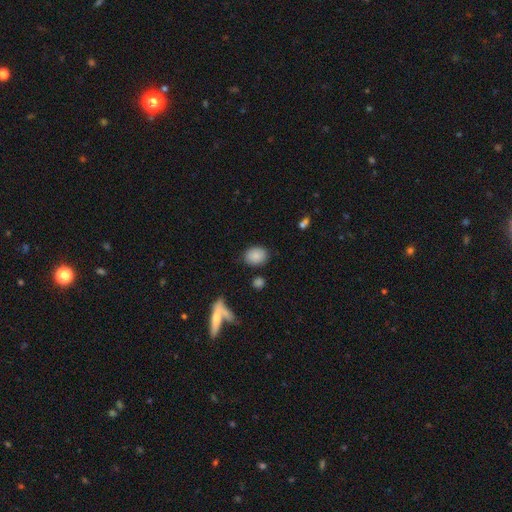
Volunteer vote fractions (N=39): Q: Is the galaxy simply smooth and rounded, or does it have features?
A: smooth — 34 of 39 (87%).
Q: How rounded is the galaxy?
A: in between — 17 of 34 (50%).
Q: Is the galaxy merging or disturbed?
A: none — 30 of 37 (81%).